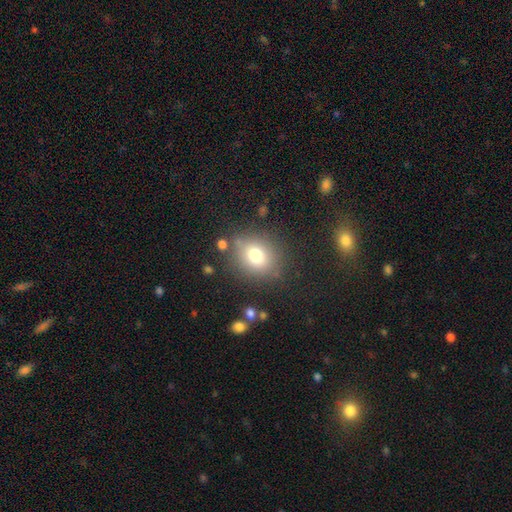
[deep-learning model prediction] A smooth galaxy with no disk features (75%) that is round (69%).

Vote fractions:
- Smooth or featured? smooth: 75% / star or artifact: 13% / featured or disk: 12%
- How rounded? round: 69% / in between: 30% / cigar-shaped: 1%
- Merging? none: 79% / minor disturbance: 12% / major disturbance: 5% / merger: 4%